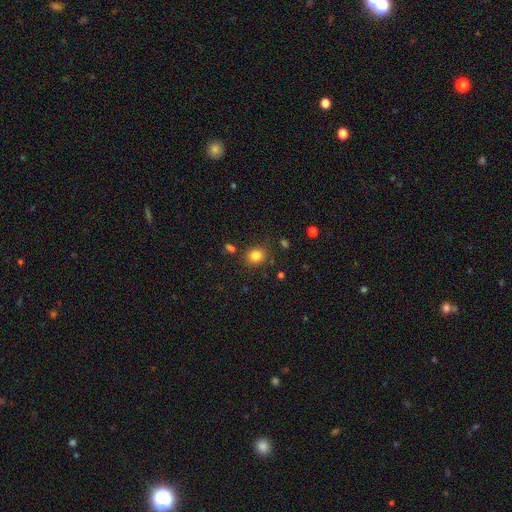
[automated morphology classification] smooth-or-featured: smooth: 83% | star or artifact: 12% | featured or disk: 5%
  how-rounded: round: 73% | in between: 26% | cigar-shaped: 1%
  merging: none: 82% | minor disturbance: 11% | merger: 4% | major disturbance: 4%